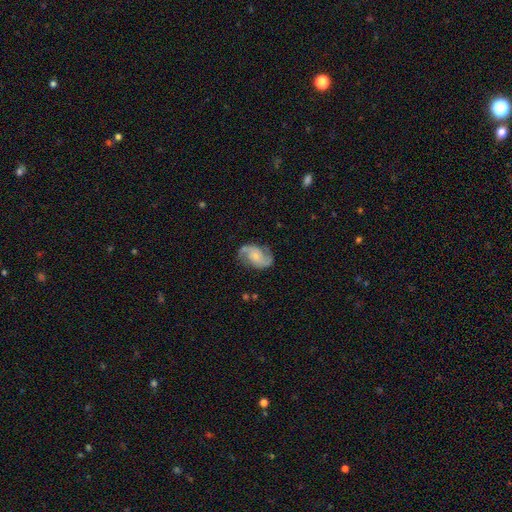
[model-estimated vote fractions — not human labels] Smooth or featured: featured or disk — 81% (smooth — 13%)
Edge-on disk: no — 98% (yes — 2%)
Bar: no — 61% (weak — 31%)
Spiral arms: yes — 96% (no — 4%)
Spiral winding: medium — 48% (loose — 33%)
Spiral arm count: 2 — 91% (can't tell — 4%)
Bulge size: small — 58% (moderate — 26%)
Merging: none — 72% (minor disturbance — 18%)